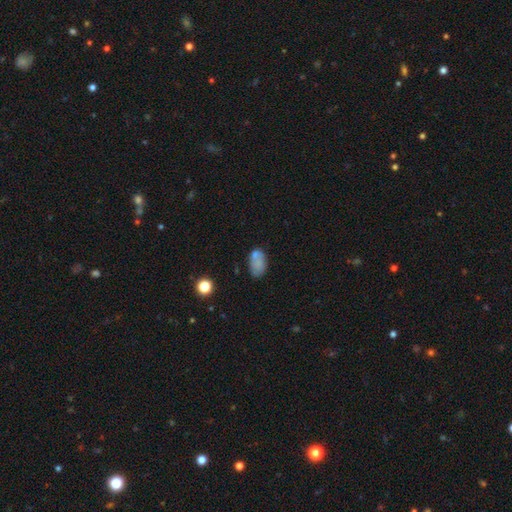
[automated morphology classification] smooth 71%, featured or disk 17%, star or artifact 12%. Down the decision tree: how rounded — in between (88%); merging — none (53%).